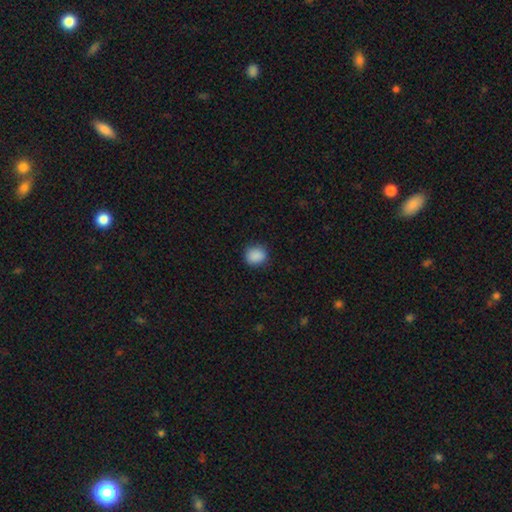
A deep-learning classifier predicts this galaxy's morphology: This appears to be a smooth galaxy with no disk features (89%) that is round (75%). Merging: none (87%).